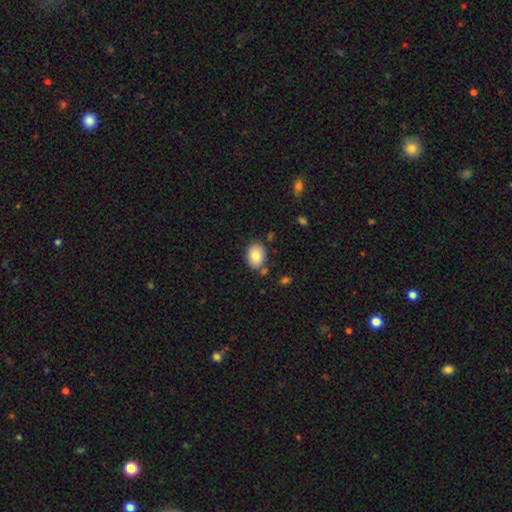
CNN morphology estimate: Smooth or featured?
  - smooth: 84% *
  - featured or disk: 9%
  - star or artifact: 7%
How rounded?
  - in between: 77% *
  - round: 23%
  - cigar-shaped: 1%
Merging?
  - none: 78% *
  - minor disturbance: 13%
  - merger: 6%
  - major disturbance: 3%